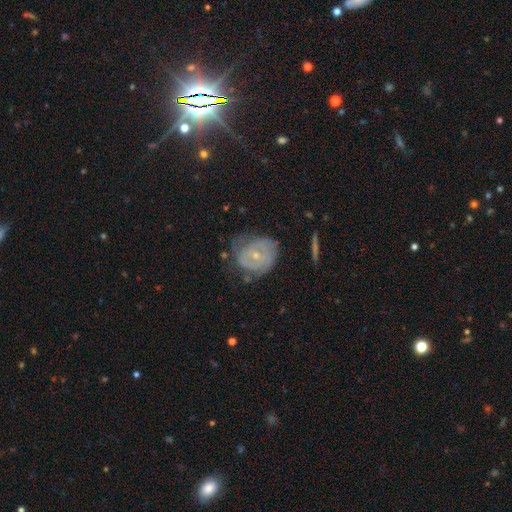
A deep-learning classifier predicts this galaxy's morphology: A featured or disk galaxy (64%) with no bar (73%), spiral arms (74%) and a small central bulge (68%). Merging: none (52%).